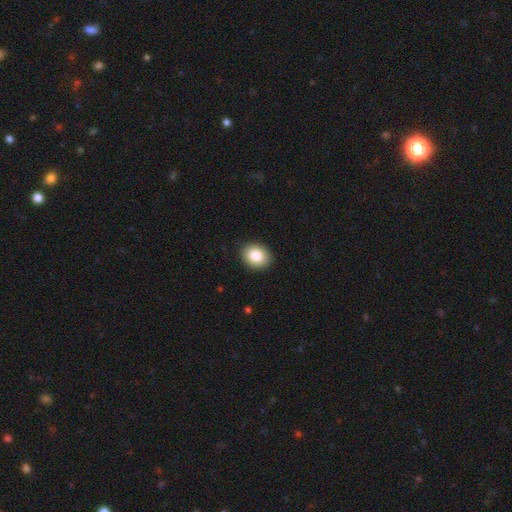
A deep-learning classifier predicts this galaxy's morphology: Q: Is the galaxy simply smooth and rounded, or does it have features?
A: smooth — 85%.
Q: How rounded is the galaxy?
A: in between — 57%.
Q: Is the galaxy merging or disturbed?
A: none — 90%.